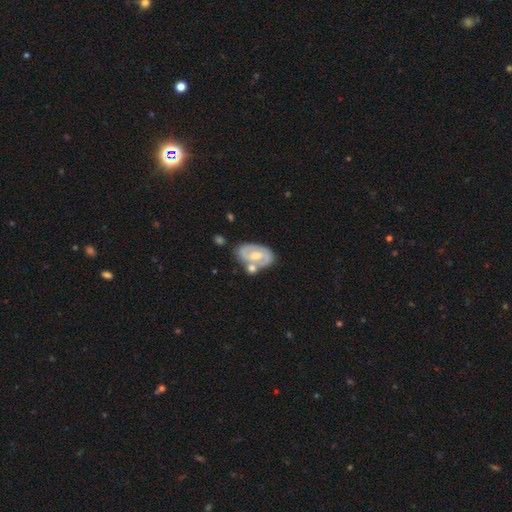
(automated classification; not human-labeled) smooth_or_featured: featured or disk (p=0.70) [alt: smooth p=0.25]
disk_edge_on: no (p=0.95) [alt: yes p=0.05]
bar: weak (p=0.49) [alt: no p=0.32]
has_spiral_arms: yes (p=0.79) [alt: no p=0.21]
spiral_winding: medium (p=0.44) [alt: tight p=0.38]
spiral_arm_count: 2 (p=0.77) [alt: can't tell p=0.15]
bulge_size: moderate (p=0.59) [alt: small p=0.34]
merging: none (p=0.53) [alt: merger p=0.24]